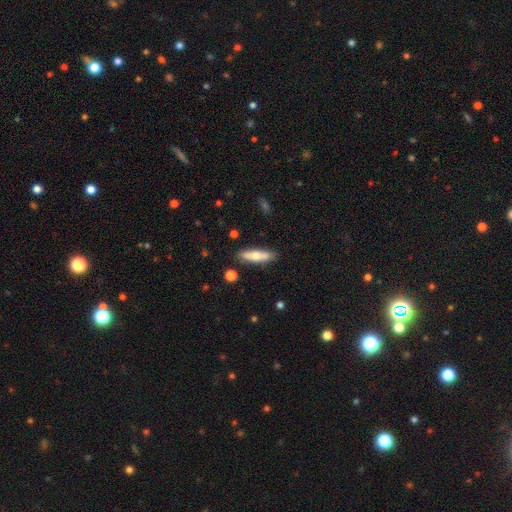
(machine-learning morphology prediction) type=smooth (57%); roundness=cigar-shaped (64%); merging=none (84%).